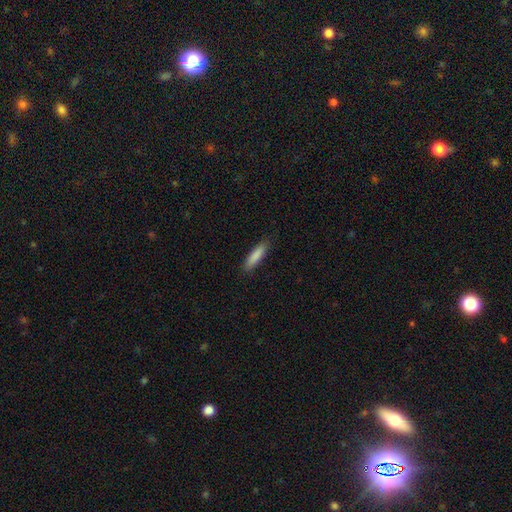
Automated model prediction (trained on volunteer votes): The model was most divided on "how rounded": cigar-shaped: 72%, in between: 27%, round: 1%. More confident: merging — none (87%); smooth or featured — smooth (87%).